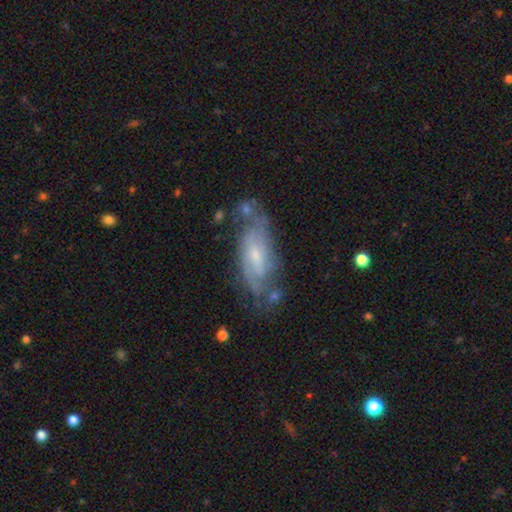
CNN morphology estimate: smooth_or_featured: featured or disk (p=0.72) [alt: smooth p=0.21]
disk_edge_on: no (p=0.88) [alt: yes p=0.12]
bar: no (p=0.45) [tied with: weak p=0.45]
has_spiral_arms: yes (p=0.86) [alt: no p=0.14]
spiral_winding: medium (p=0.42) [alt: tight p=0.37]
spiral_arm_count: 2 (p=0.50) [alt: can't tell p=0.33]
bulge_size: small (p=0.59) [alt: moderate p=0.30]
merging: none (p=0.57) [alt: minor disturbance p=0.24]